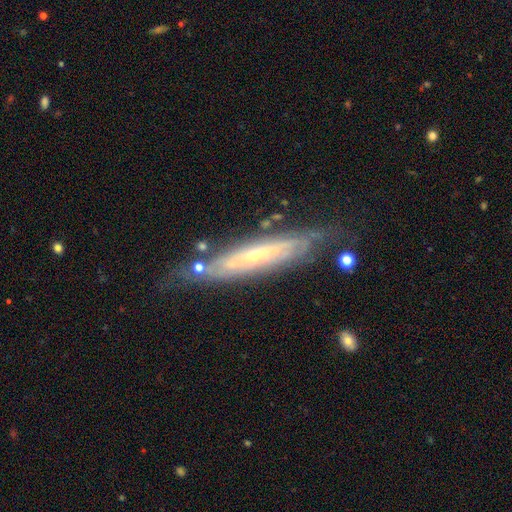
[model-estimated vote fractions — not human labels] A featured or disk galaxy (76%). Merging: none (69%).